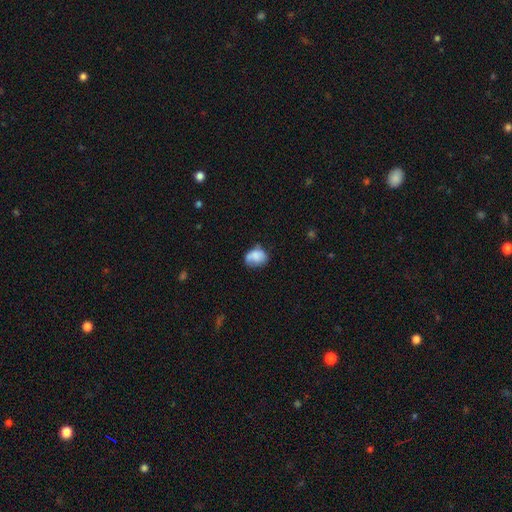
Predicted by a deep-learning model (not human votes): Smooth or featured?
  - smooth: 72% *
  - featured or disk: 19%
  - star or artifact: 9%
How rounded?
  - in between: 62% *
  - round: 37%
  - cigar-shaped: 1%
Merging?
  - none: 43% *
  - minor disturbance: 36%
  - major disturbance: 15%
  - merger: 6%